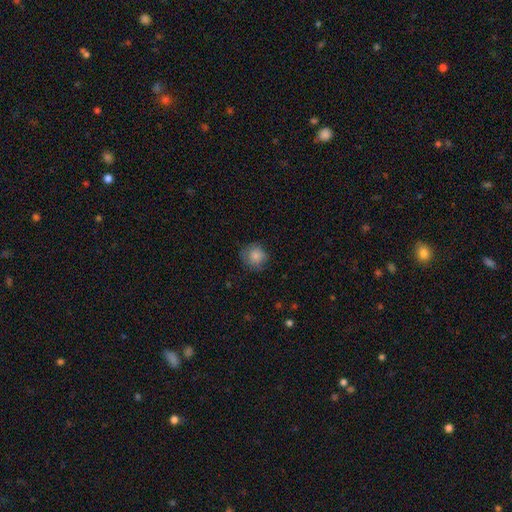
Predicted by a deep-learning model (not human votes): Smooth or featured? Predicted: smooth (p=0.84). How rounded? Predicted: round (p=0.88). Merging? Predicted: none (p=0.77).